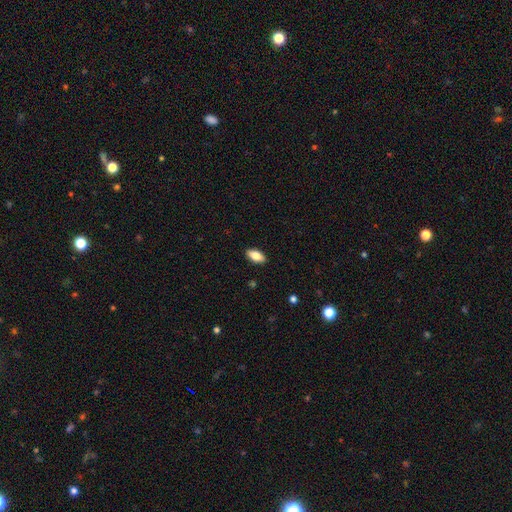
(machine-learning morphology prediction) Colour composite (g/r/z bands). It shows a smooth galaxy with no disk features (81%) that is in between round and cigar-shaped (90%). Merging: none (90%).